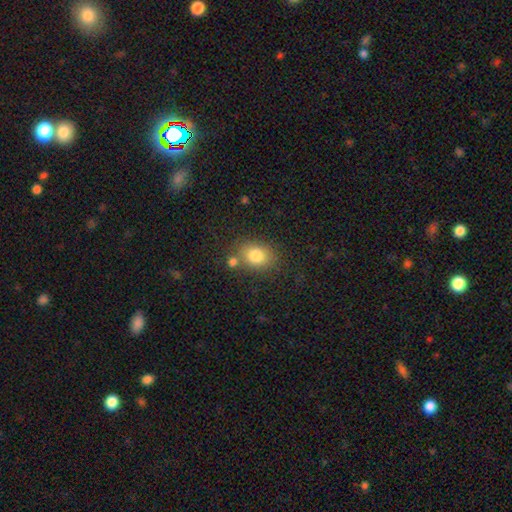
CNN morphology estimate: type=smooth (81%); roundness=in between (57%); merging=none (68%).